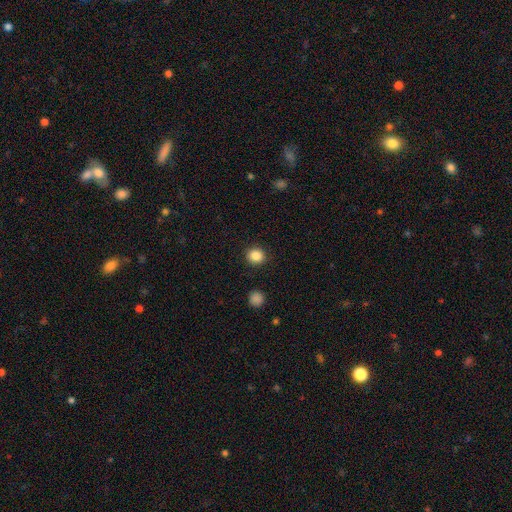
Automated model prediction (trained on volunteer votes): Smooth or featured? smooth (86%)
How rounded? round (86%)
Merging? none (91%)